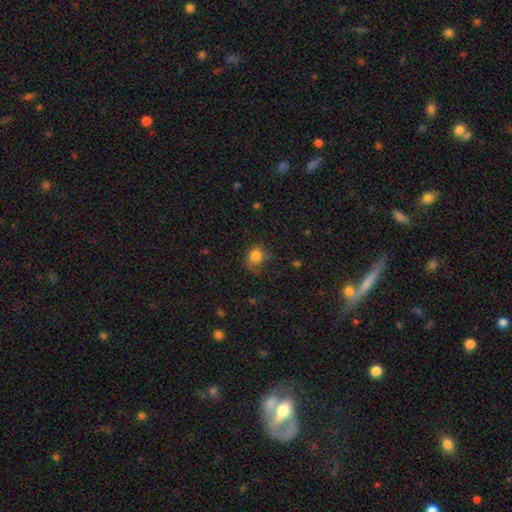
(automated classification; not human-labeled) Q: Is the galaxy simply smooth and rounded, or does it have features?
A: smooth — 80%.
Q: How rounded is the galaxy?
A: round — 62%.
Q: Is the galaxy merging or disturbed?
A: none — 59%.